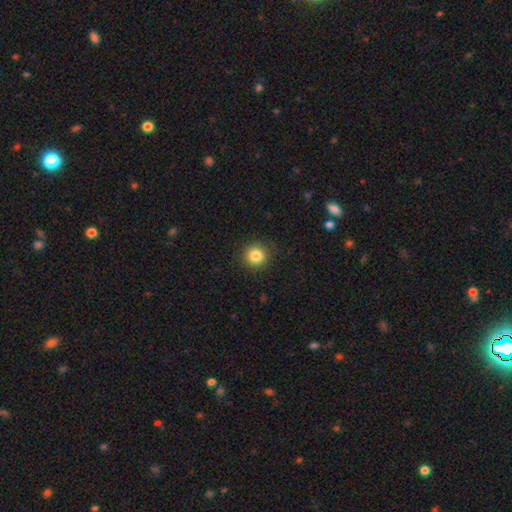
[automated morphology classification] smooth-or-featured: smooth: 84% | star or artifact: 11% | featured or disk: 5%
  how-rounded: round: 93% | in between: 6% | cigar-shaped: 1%
  merging: none: 90% | minor disturbance: 6% | major disturbance: 2% | merger: 1%